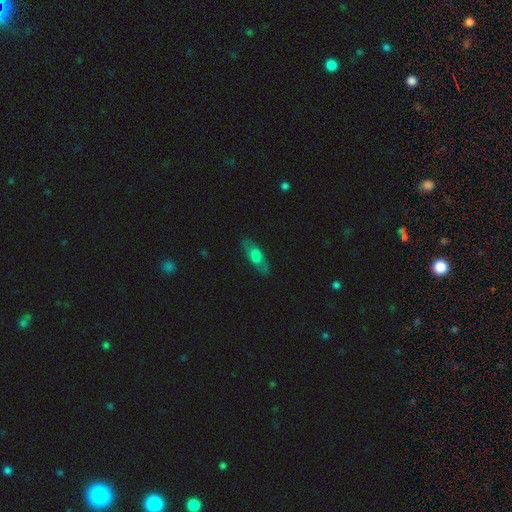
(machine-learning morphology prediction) Smooth or featured?
  - smooth: 61% *
  - featured or disk: 32%
  - star or artifact: 7%
How rounded?
  - in between: 66% *
  - cigar-shaped: 30%
  - round: 4%
Merging?
  - none: 80% *
  - minor disturbance: 14%
  - major disturbance: 4%
  - merger: 1%